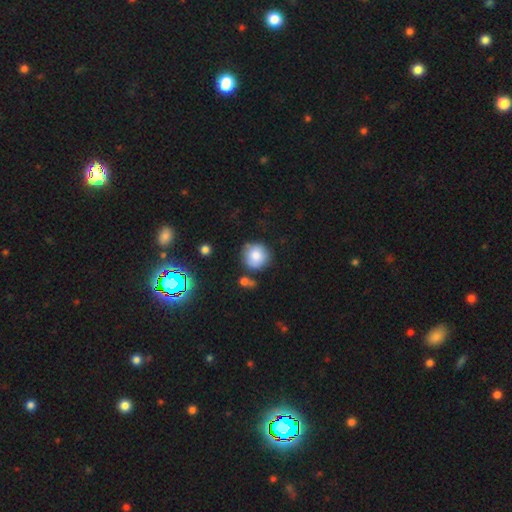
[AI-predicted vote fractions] A smooth galaxy with no disk features (80%) that is round (92%). Merging: none (75%).